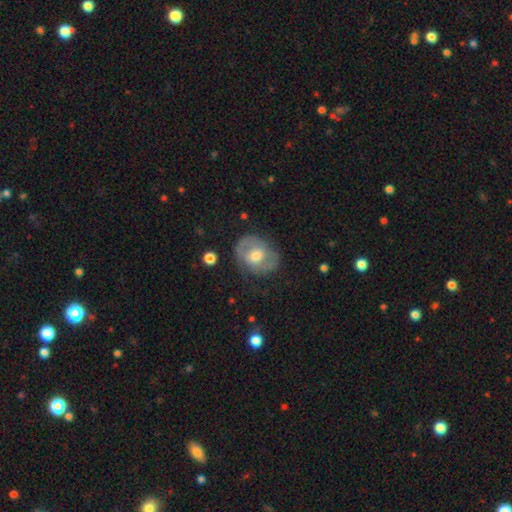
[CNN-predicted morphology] A featured or disk galaxy (55%) with no bar (45%), spiral arms (51%) and a moderate central bulge (71%).

Vote fractions:
- Smooth or featured? featured or disk: 55% / smooth: 38% / star or artifact: 7%
- Edge-on disk? no: 95% / yes: 5%
- Bar? no: 45% / weak: 40% / strong: 15%
- Spiral arms? yes: 51% / no: 49%
- Bulge size? moderate: 71% / small: 15% / large: 11% / none: 2% / dominant: 1%
- Merging? none: 74% / minor disturbance: 18% / major disturbance: 7% / merger: 1%